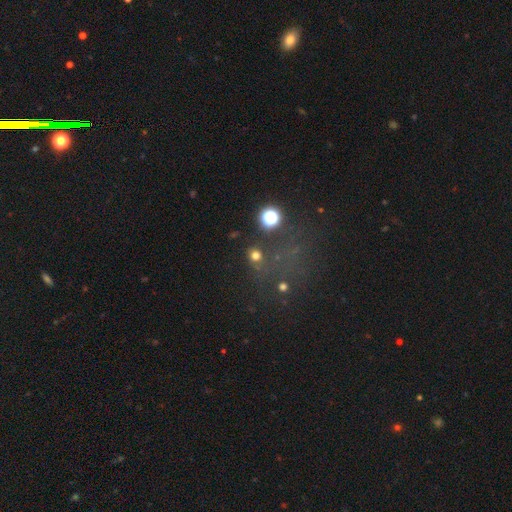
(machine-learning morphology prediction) type=smooth (66%); roundness=round (83%); merging=none (72%).